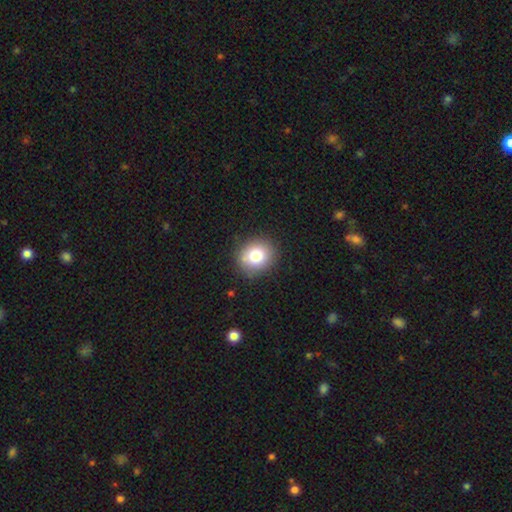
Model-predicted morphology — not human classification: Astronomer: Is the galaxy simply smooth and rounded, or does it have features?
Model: smooth — 78%.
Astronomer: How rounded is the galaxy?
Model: round — 78%.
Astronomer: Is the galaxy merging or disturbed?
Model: none — 85%.